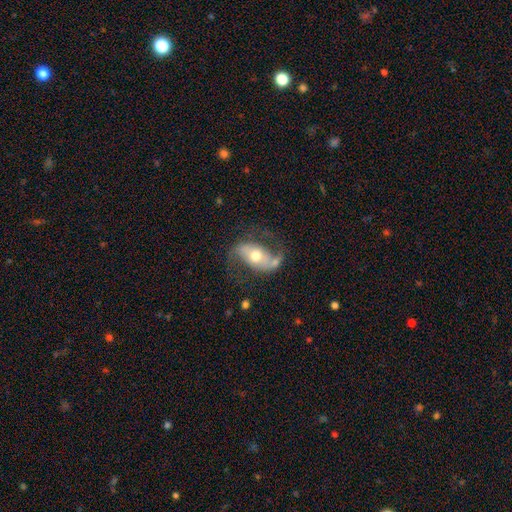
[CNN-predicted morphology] Smooth or featured?
  - featured or disk: 79% *
  - smooth: 15%
  - star or artifact: 6%
Edge-on disk?
  - no: 94% *
  - yes: 6%
Bar?
  - no: 39% *
  - weak: 32%
  - strong: 29%
Spiral arms?
  - yes: 90% *
  - no: 10%
Spiral winding?
  - loose: 58% *
  - medium: 33%
  - tight: 9%
Spiral arm count?
  - 2: 91% *
  - 1: 3%
  - can't tell: 3%
  - 3: 1%
  - 4: 1%
  - more than 4: 1%
Bulge size?
  - moderate: 71% *
  - small: 19%
  - large: 8%
  - dominant: 1%
  - none: 1%
Merging?
  - none: 64% *
  - minor disturbance: 18%
  - major disturbance: 13%
  - merger: 4%